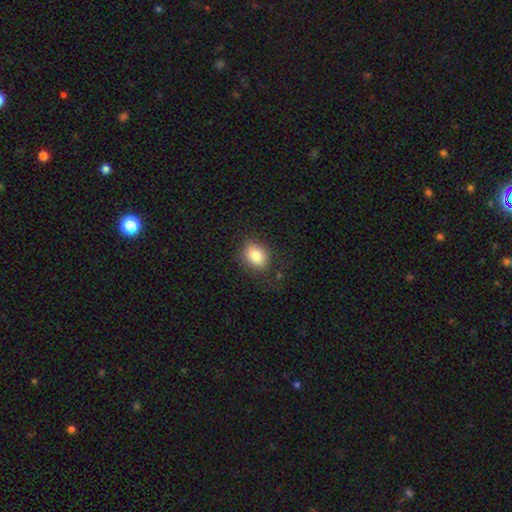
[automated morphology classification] smooth-or-featured: smooth: 83% | star or artifact: 9% | featured or disk: 9%
  how-rounded: in between: 60% | round: 39% | cigar-shaped: 1%
  merging: none: 72% | minor disturbance: 18% | major disturbance: 8% | merger: 2%